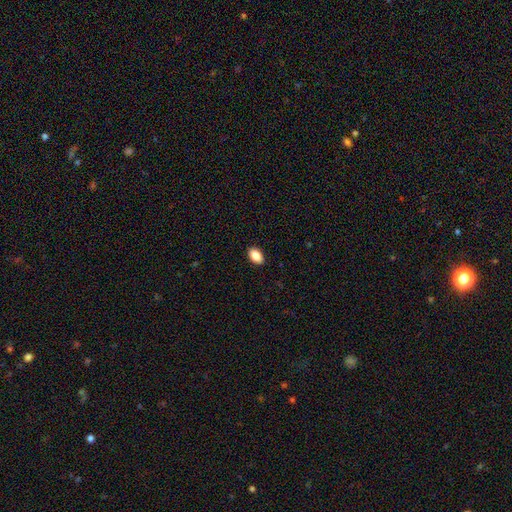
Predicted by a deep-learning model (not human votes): Overall: smooth (87%). How rounded: in between (91%). Merging: none (90%).